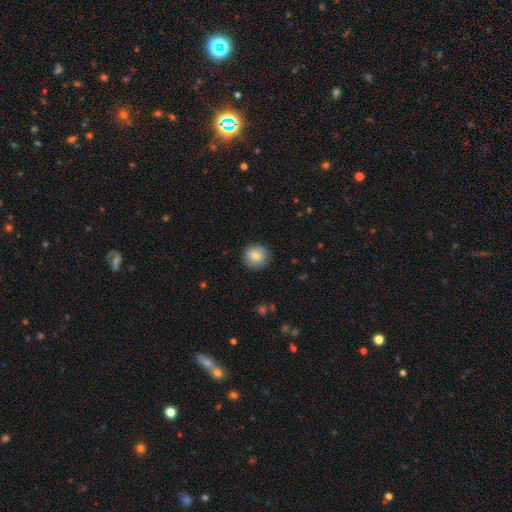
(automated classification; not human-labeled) smooth_or_featured: smooth (p=0.83) [alt: featured or disk p=0.10]
how_rounded: round (p=0.91) [alt: in between p=0.08]
merging: none (p=0.87) [alt: minor disturbance p=0.09]